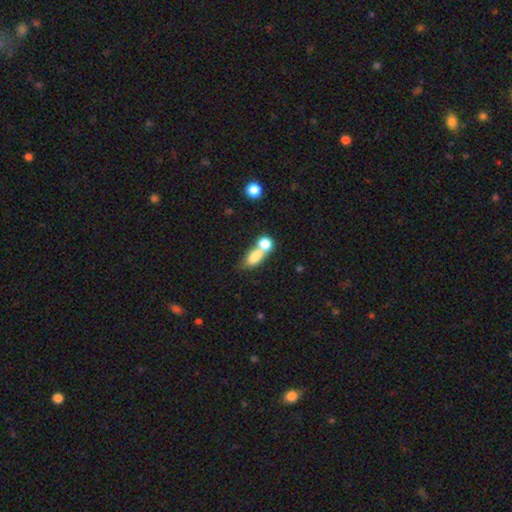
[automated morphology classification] A smooth galaxy with no disk features (77%) that is in between round and cigar-shaped (73%). Merging: merger (60%).